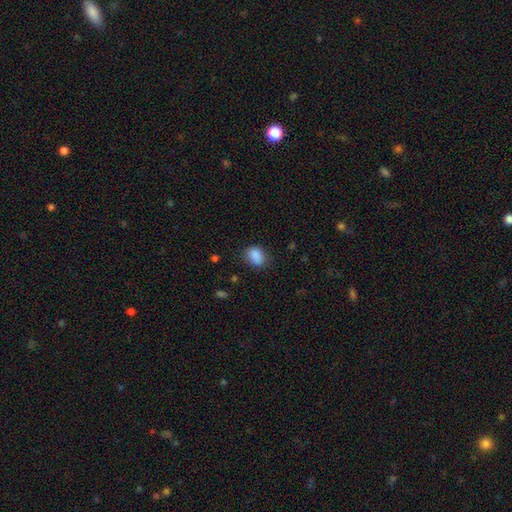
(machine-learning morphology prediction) type=smooth (87%); roundness=in between (66%); merging=none (72%).